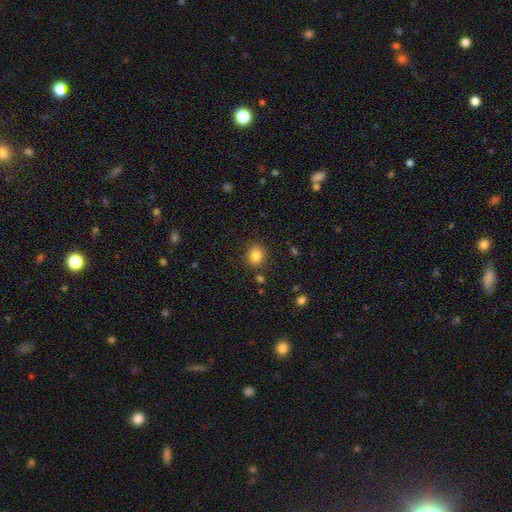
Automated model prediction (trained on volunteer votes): Smooth or featured?
  - smooth: 84% *
  - star or artifact: 11%
  - featured or disk: 6%
How rounded?
  - round: 66% *
  - in between: 33%
  - cigar-shaped: 1%
Merging?
  - none: 86% *
  - minor disturbance: 9%
  - major disturbance: 3%
  - merger: 3%